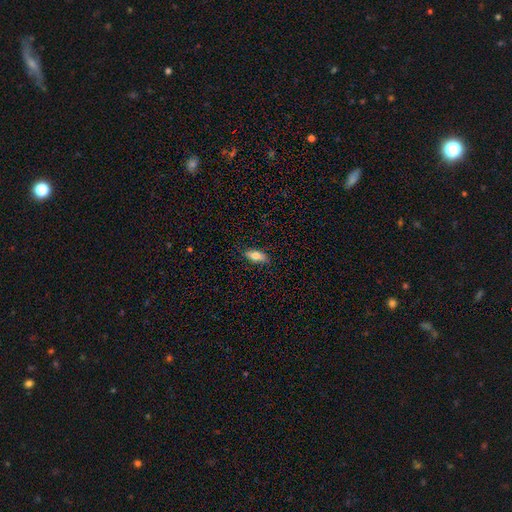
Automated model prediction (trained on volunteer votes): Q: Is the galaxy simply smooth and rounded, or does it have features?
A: smooth — 76%.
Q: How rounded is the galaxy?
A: in between — 79%.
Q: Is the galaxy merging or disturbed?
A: none — 81%.